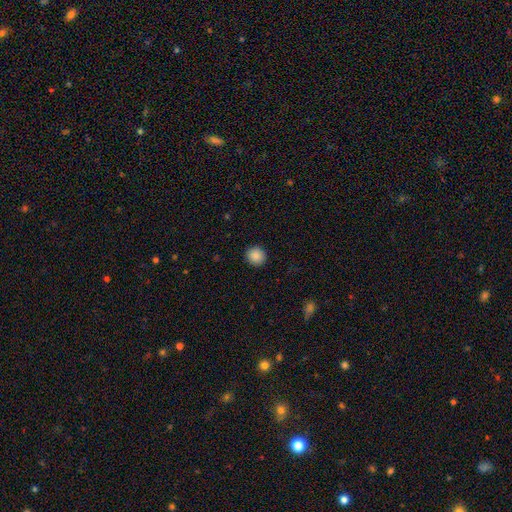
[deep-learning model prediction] Q: Smooth or featured?
A: smooth (87%); runner-up: star or artifact (9%)
Q: How rounded?
A: round (92%); runner-up: in between (7%)
Q: Merging?
A: none (92%); runner-up: minor disturbance (5%)